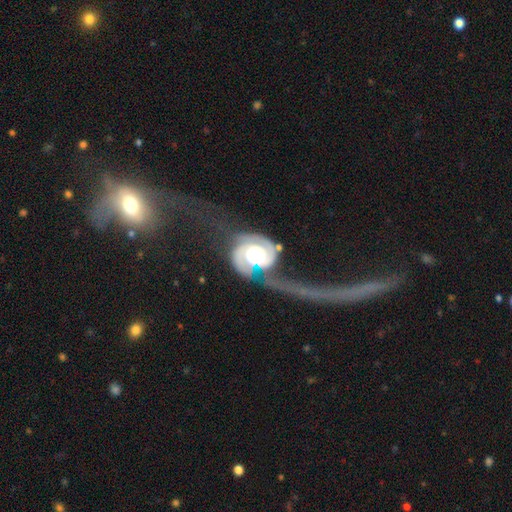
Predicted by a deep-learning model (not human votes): Q: Smooth or featured?
A: featured or disk (88%); runner-up: smooth (8%)
Q: Edge-on disk?
A: no (98%); runner-up: yes (2%)
Q: Bar?
A: no (63%); runner-up: weak (27%)
Q: Spiral arms?
A: yes (96%); runner-up: no (4%)
Q: Spiral winding?
A: tight (47%); runner-up: medium (35%)
Q: Spiral arm count?
A: 2 (82%); runner-up: 1 (7%)
Q: Bulge size?
A: large (44%); runner-up: moderate (43%)
Q: Merging?
A: major disturbance (48%); runner-up: none (26%)